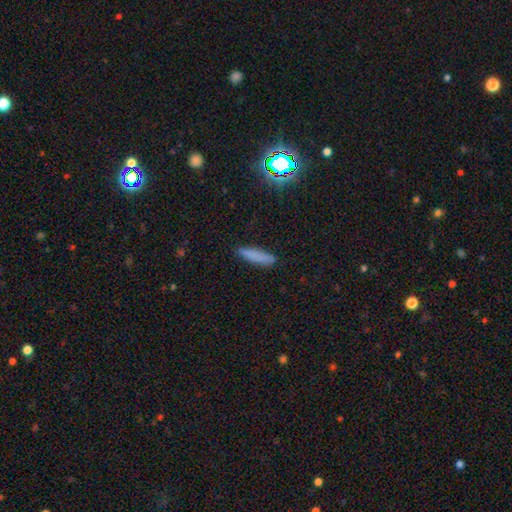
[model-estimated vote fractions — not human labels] Smooth or featured? smooth (80%)
How rounded? cigar-shaped (79%)
Merging? none (86%)